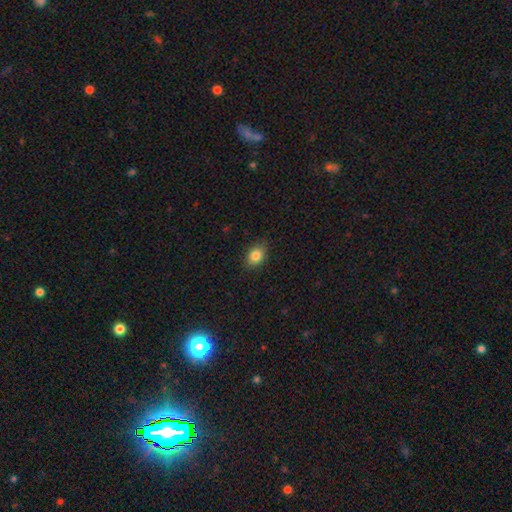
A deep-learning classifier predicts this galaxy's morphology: type=smooth (84%); roundness=in between (68%); merging=none (81%).